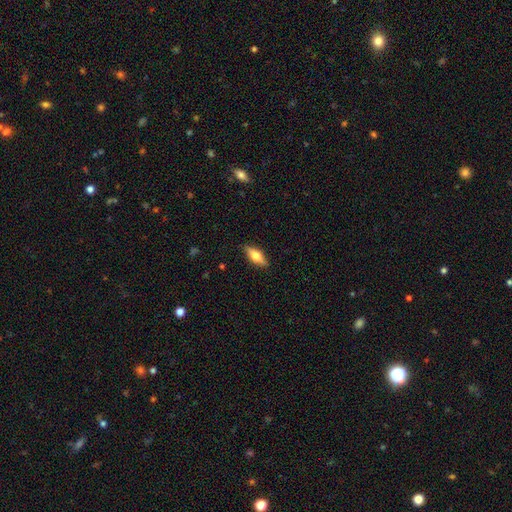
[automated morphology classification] A smooth galaxy with no disk features (51%) that is in between round and cigar-shaped (64%).

Vote fractions:
- Smooth or featured? smooth: 51% / featured or disk: 43% / star or artifact: 7%
- How rounded? in between: 64% / cigar-shaped: 33% / round: 3%
- Merging? none: 87% / minor disturbance: 10% / major disturbance: 2% / merger: 1%